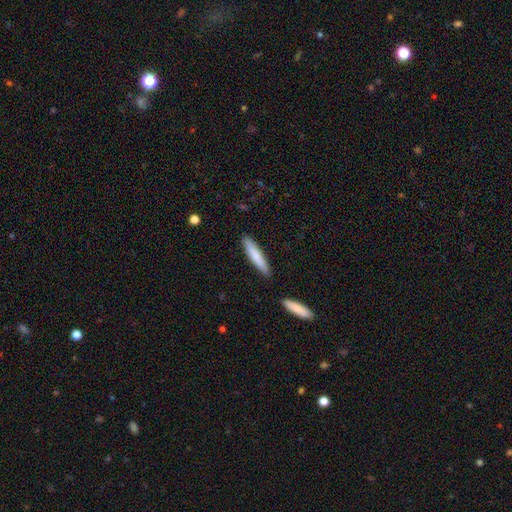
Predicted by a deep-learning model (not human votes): smooth_or_featured: smooth (p=0.74) [alt: featured or disk p=0.21]
how_rounded: cigar-shaped (p=0.87) [alt: in between p=0.12]
merging: none (p=0.87) [alt: minor disturbance p=0.09]